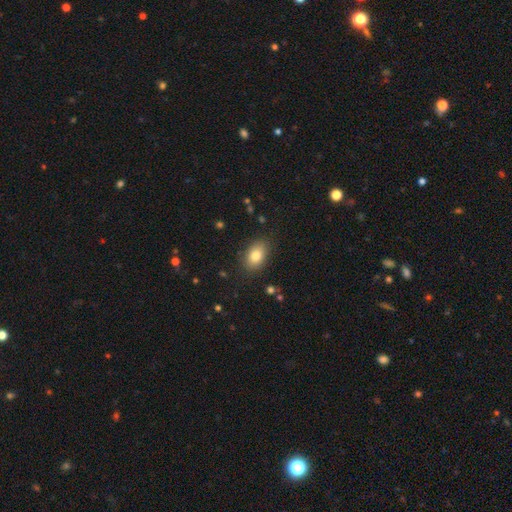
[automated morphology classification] Overall: smooth (81%). How rounded: in between (85%). Merging: none (85%).